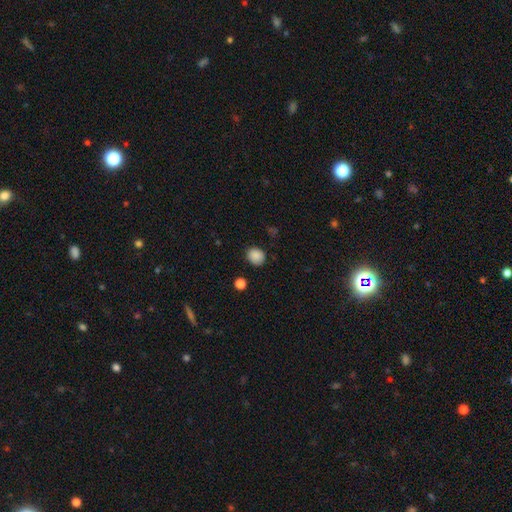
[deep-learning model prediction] This appears to be a smooth galaxy with no disk features (87%) that is round (78%). Merging: none (85%).